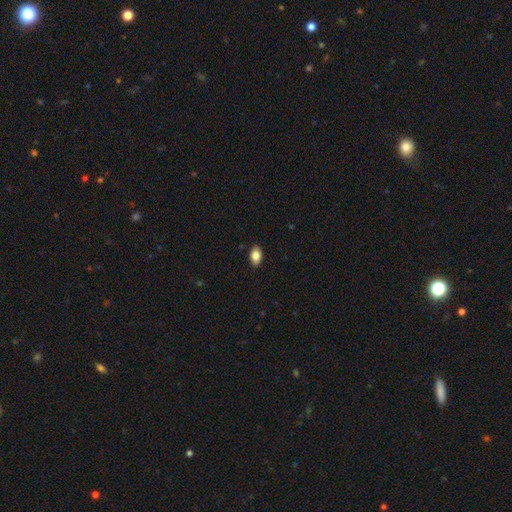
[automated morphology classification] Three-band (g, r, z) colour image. It shows a smooth galaxy with no disk features (84%) that is in between round and cigar-shaped (90%). Merging: none (88%).